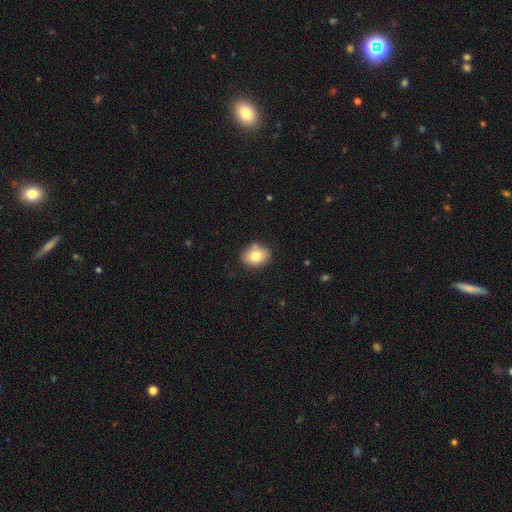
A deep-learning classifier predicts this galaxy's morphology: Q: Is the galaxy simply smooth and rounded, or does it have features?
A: smooth — 80%.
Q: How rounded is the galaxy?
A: in between — 61%.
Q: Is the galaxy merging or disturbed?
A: none — 79%.